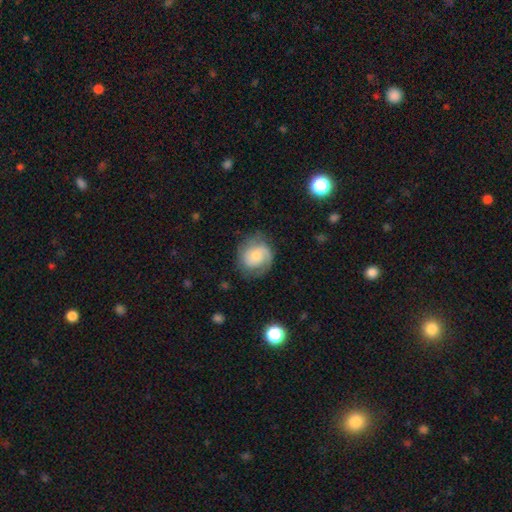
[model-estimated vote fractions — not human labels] Smooth or featured? Predicted: featured or disk (p=0.55). Edge-on disk? Predicted: no (p=0.97). Bar? Predicted: no (p=0.71). Spiral arms? Predicted: yes (p=0.87). Bulge size? Predicted: small (p=0.45). Merging? Predicted: none (p=0.64).